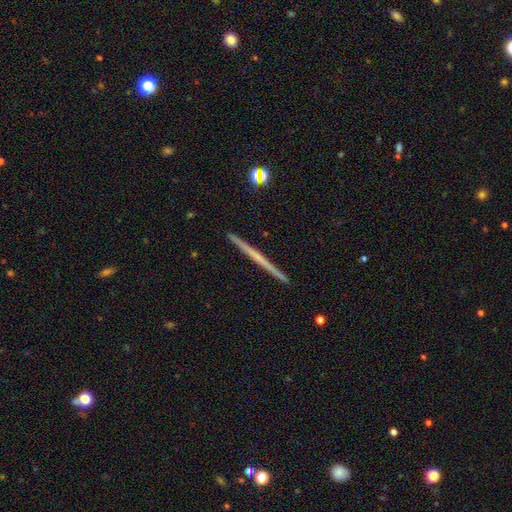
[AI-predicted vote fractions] smooth_or_featured: featured or disk (p=0.66) [alt: smooth p=0.29]
disk_edge_on: yes (p=0.98) [alt: no p=0.02]
edge_on_bulge: none (p=0.80) [alt: rounded p=0.16]
merging: none (p=0.93) [alt: minor disturbance p=0.05]